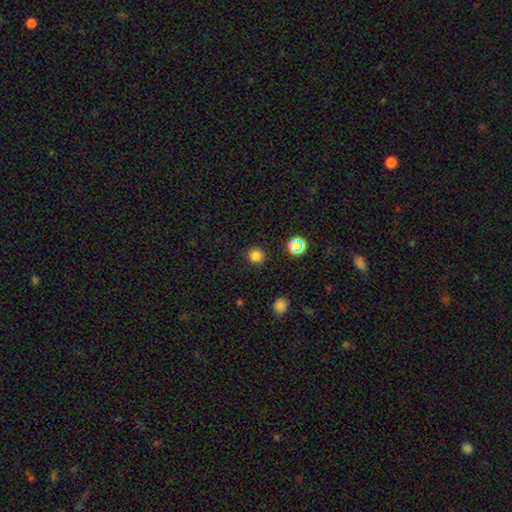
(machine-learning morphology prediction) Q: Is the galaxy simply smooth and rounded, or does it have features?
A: smooth — 81%.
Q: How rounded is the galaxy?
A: round — 93%.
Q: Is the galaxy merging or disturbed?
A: none — 91%.